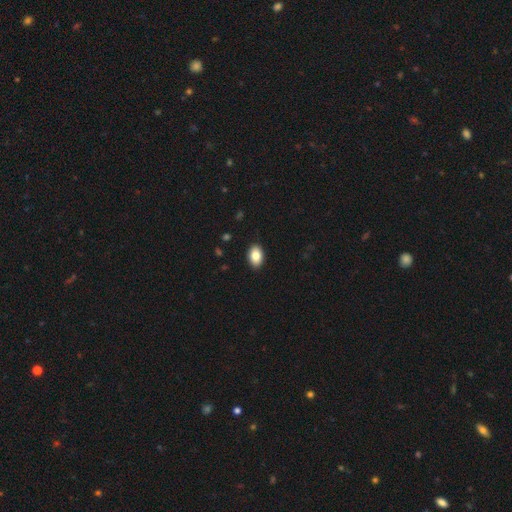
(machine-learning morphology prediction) smooth-or-featured: smooth: 84% | featured or disk: 9% | star or artifact: 7%
  how-rounded: in between: 89% | round: 10% | cigar-shaped: 1%
  merging: none: 90% | minor disturbance: 7% | major disturbance: 2% | merger: 1%